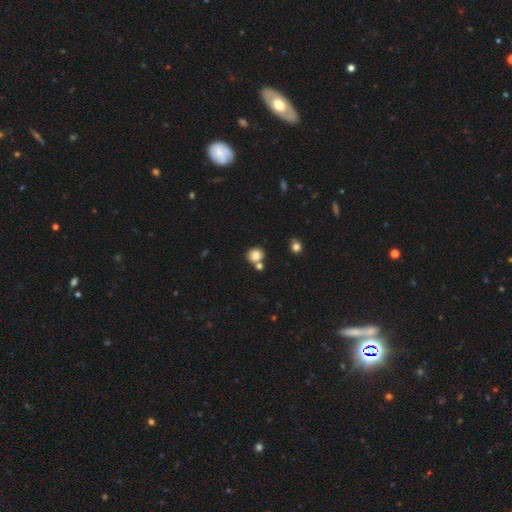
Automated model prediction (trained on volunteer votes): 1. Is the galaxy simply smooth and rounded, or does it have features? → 82% smooth, 11% star or artifact, 7% featured or disk.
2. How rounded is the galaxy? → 83% round, 16% in between, 1% cigar-shaped.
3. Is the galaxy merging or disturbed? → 62% none, 24% merger, 10% minor disturbance, 3% major disturbance.